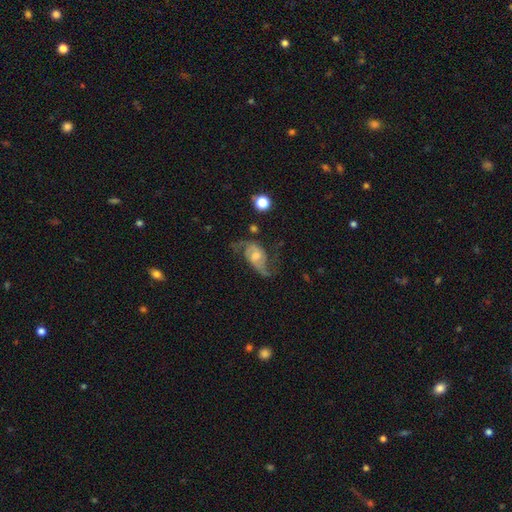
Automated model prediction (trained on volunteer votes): Smooth or featured?
  - featured or disk: 82% *
  - smooth: 11%
  - star or artifact: 7%
Edge-on disk?
  - no: 97% *
  - yes: 3%
Bar?
  - no: 49% *
  - weak: 43%
  - strong: 9%
Spiral arms?
  - yes: 95% *
  - no: 5%
Spiral winding?
  - loose: 47% *
  - medium: 41%
  - tight: 13%
Spiral arm count?
  - 2: 87% *
  - can't tell: 5%
  - 1: 3%
  - 3: 2%
  - 4: 1%
  - more than 4: 1%
Bulge size?
  - moderate: 50% *
  - small: 31%
  - large: 9%
  - none: 8%
  - dominant: 2%
Merging?
  - none: 52% *
  - minor disturbance: 23%
  - major disturbance: 22%
  - merger: 3%